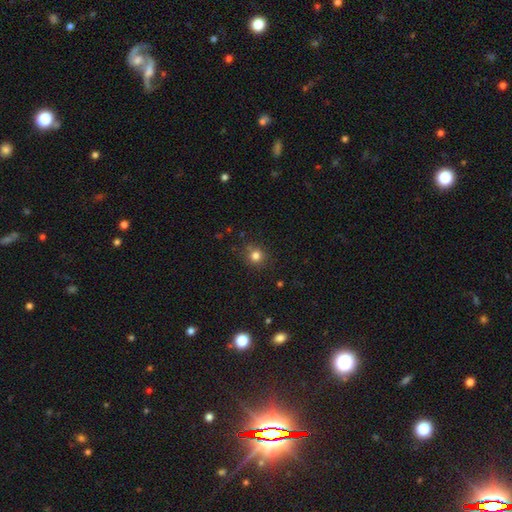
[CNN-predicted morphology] A smooth galaxy with no disk features (79%) that is round (89%). Merging: none (84%).